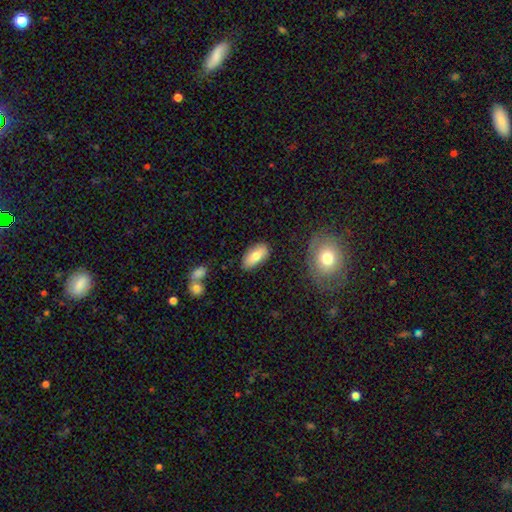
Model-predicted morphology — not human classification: A smooth galaxy with no disk features (76%) that is in between round and cigar-shaped (86%). Merging: none (82%).